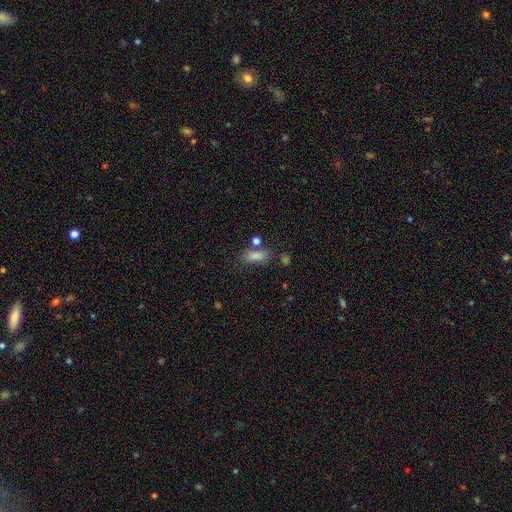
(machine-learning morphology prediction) Overall: smooth (82%). How rounded: in between (80%). Merging: none (61%).